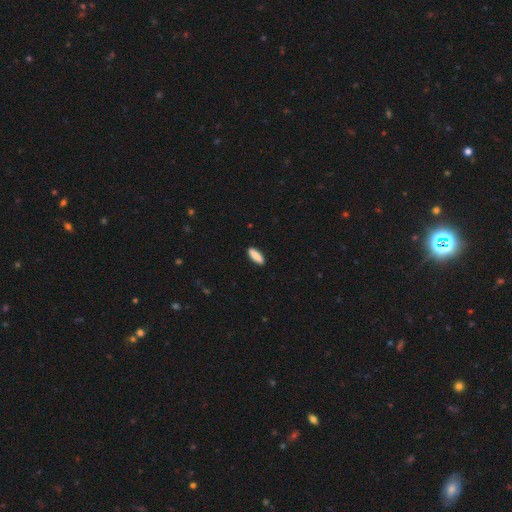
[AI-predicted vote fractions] smooth_or_featured: smooth (p=0.87) [alt: featured or disk p=0.07]
how_rounded: in between (p=0.54) [alt: cigar-shaped p=0.44]
merging: none (p=0.90) [alt: minor disturbance p=0.08]